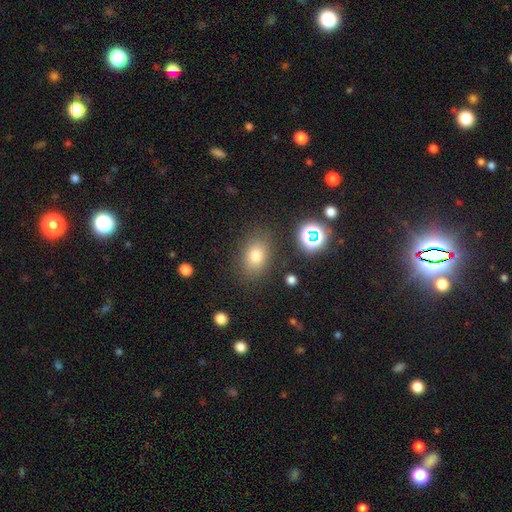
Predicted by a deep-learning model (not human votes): The model was most divided on "how rounded": in between: 72%, round: 26%, cigar-shaped: 1%. More confident: merging — none (82%); smooth or featured — smooth (75%).